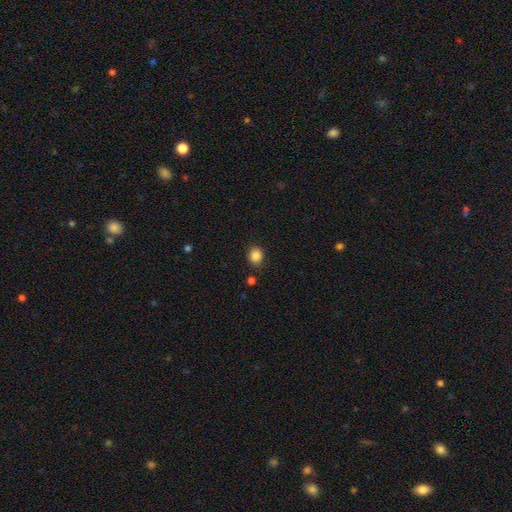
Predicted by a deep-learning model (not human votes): smooth 86%, star or artifact 10%, featured or disk 4%. Down the decision tree: how rounded — round (65%); merging — none (85%).